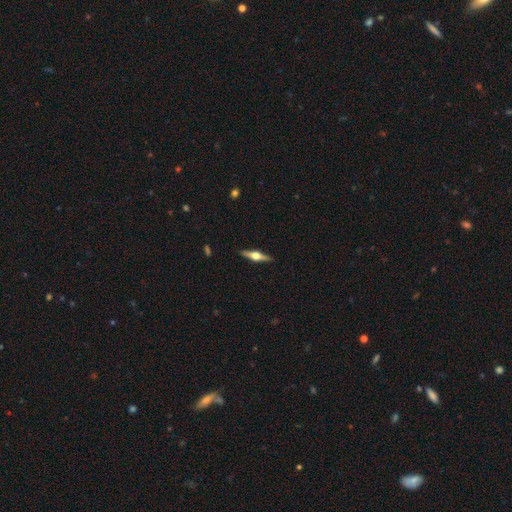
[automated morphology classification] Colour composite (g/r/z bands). It shows a featured or disk galaxy (72%) viewed edge-on (97%) with a rounded central bulge (95%). Merging: none (90%).